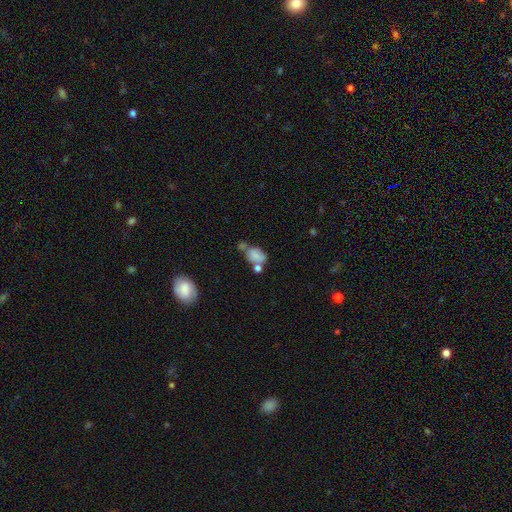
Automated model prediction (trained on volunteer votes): Smooth or featured? smooth (73%)
How rounded? in between (76%)
Merging? merger (43%)